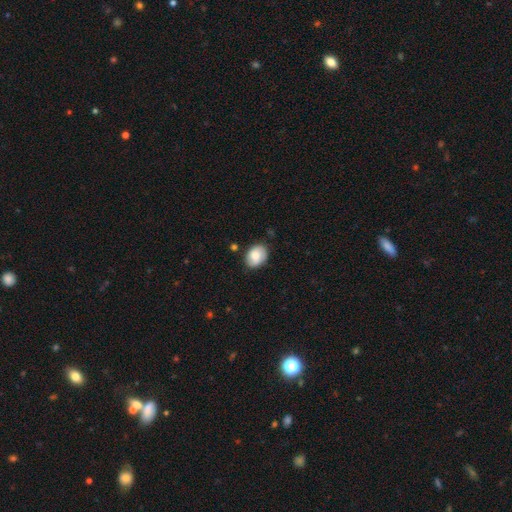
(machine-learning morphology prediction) type=smooth (79%); roundness=in between (71%); merging=none (79%).